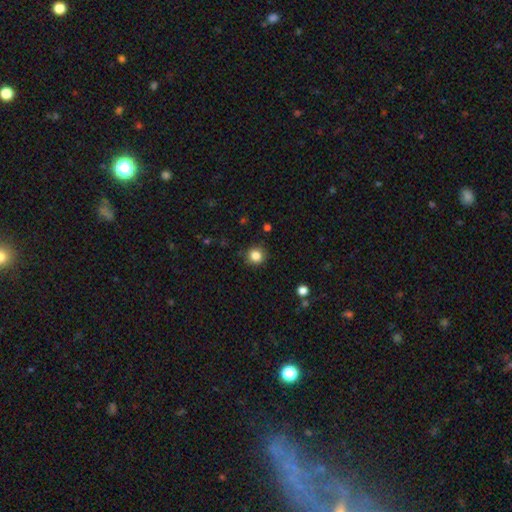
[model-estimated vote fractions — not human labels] smooth-or-featured: smooth: 84% | star or artifact: 11% | featured or disk: 5%
  how-rounded: round: 91% | in between: 8% | cigar-shaped: 1%
  merging: none: 88% | minor disturbance: 9% | major disturbance: 2% | merger: 1%